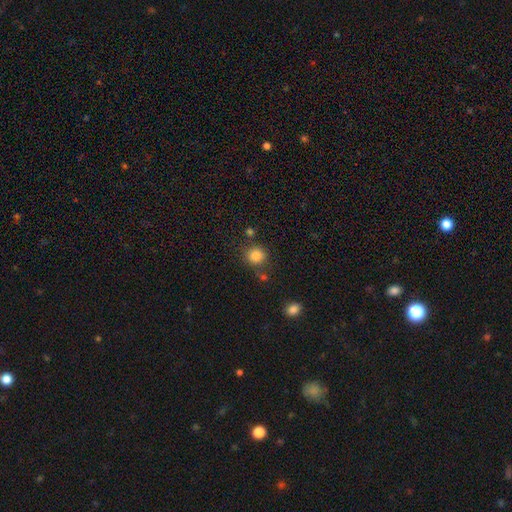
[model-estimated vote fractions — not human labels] A smooth galaxy with no disk features (85%) that is round (86%).

Vote fractions:
- Smooth or featured? smooth: 85% / star or artifact: 11% / featured or disk: 4%
- How rounded? round: 86% / in between: 13% / cigar-shaped: 1%
- Merging? none: 75% / minor disturbance: 12% / merger: 9% / major disturbance: 5%